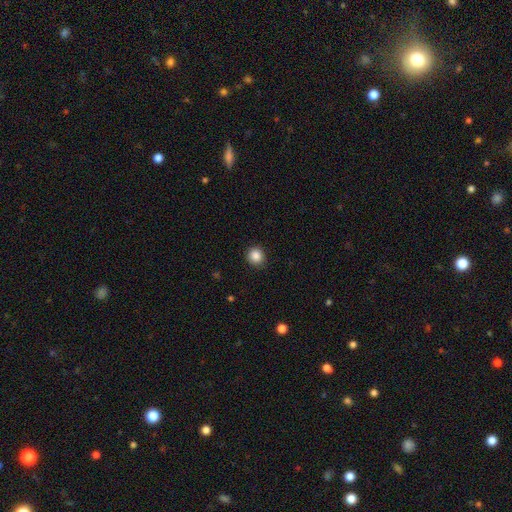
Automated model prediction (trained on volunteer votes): Overall: smooth (87%). How rounded: round (91%). Merging: none (89%).